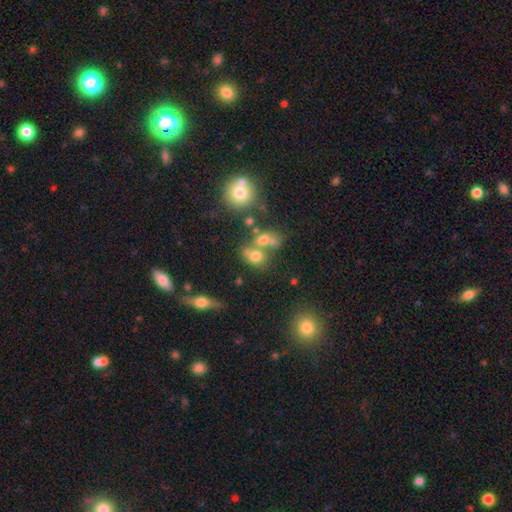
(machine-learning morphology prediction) Smooth or featured?
  - smooth: 65% *
  - star or artifact: 17%
  - featured or disk: 17%
How rounded?
  - round: 63% *
  - in between: 35%
  - cigar-shaped: 2%
Merging?
  - merger: 43% *
  - none: 39%
  - minor disturbance: 11%
  - major disturbance: 7%